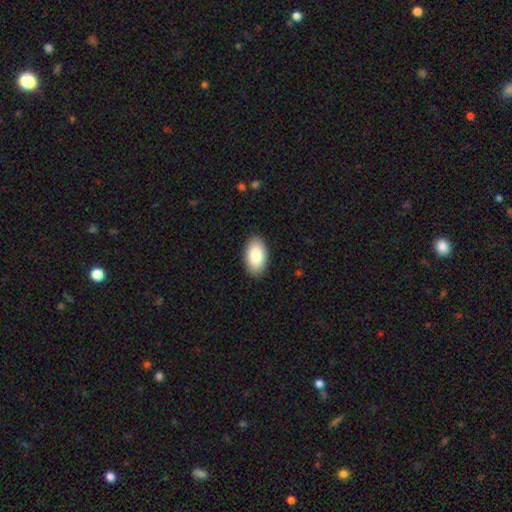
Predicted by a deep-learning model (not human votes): Smooth or featured? Predicted: smooth (p=0.87). How rounded? Predicted: in between (p=0.95). Merging? Predicted: none (p=0.89).